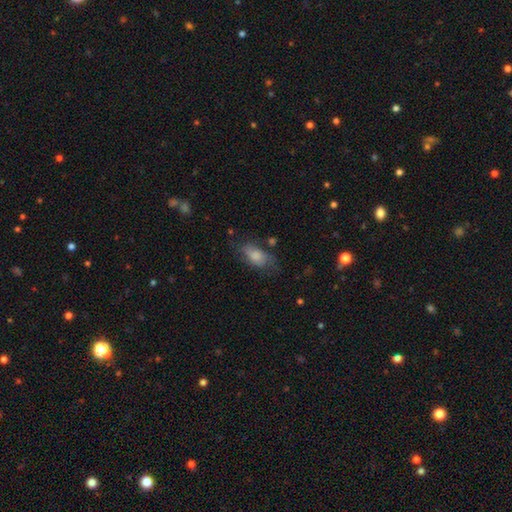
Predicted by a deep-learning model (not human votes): A smooth galaxy with no disk features (74%) that is in between round and cigar-shaped (87%). Merging: none (52%).